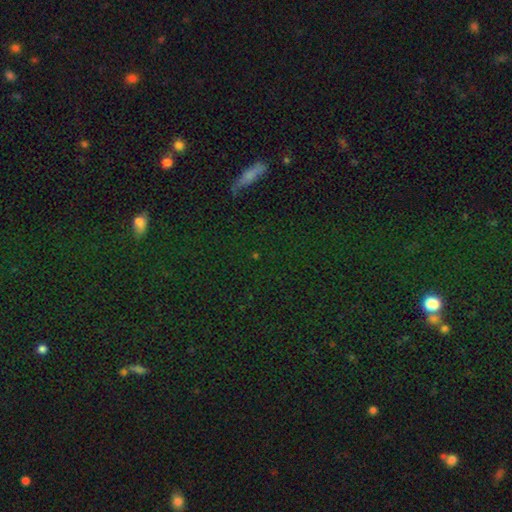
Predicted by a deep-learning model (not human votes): Smooth or featured? star or artifact (64%)